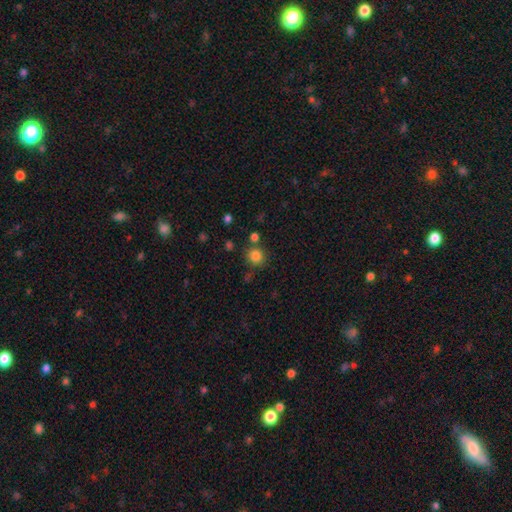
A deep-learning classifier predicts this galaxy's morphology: type=smooth (82%); roundness=round (89%); merging=none (79%).